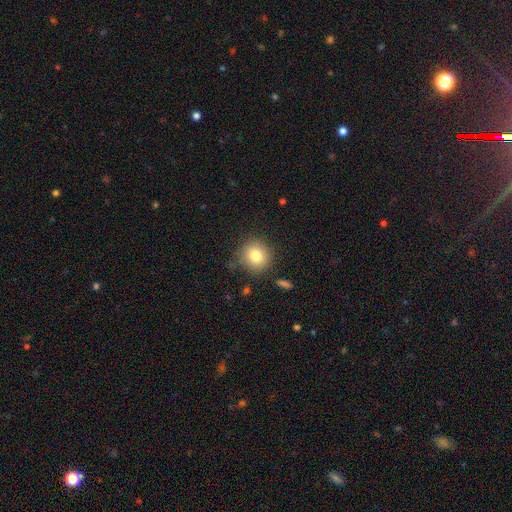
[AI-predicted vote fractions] Smooth or featured?
  - smooth: 80% *
  - star or artifact: 10%
  - featured or disk: 10%
How rounded?
  - round: 90% *
  - in between: 9%
  - cigar-shaped: 1%
Merging?
  - none: 82% *
  - minor disturbance: 12%
  - major disturbance: 4%
  - merger: 3%